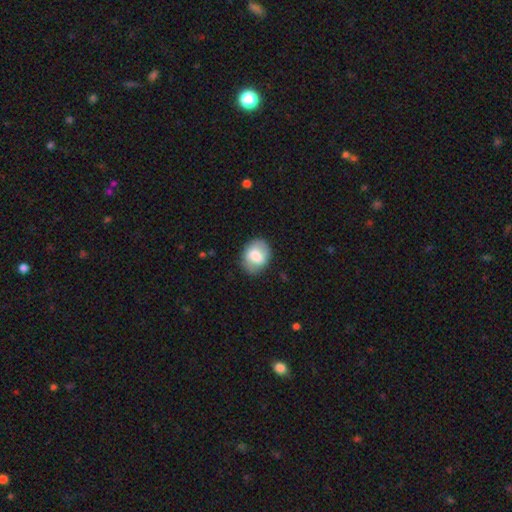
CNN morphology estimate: Smooth or featured: smooth — 70% (featured or disk — 24%)
How rounded: in between — 60% (round — 39%)
Merging: none — 80% (minor disturbance — 14%)